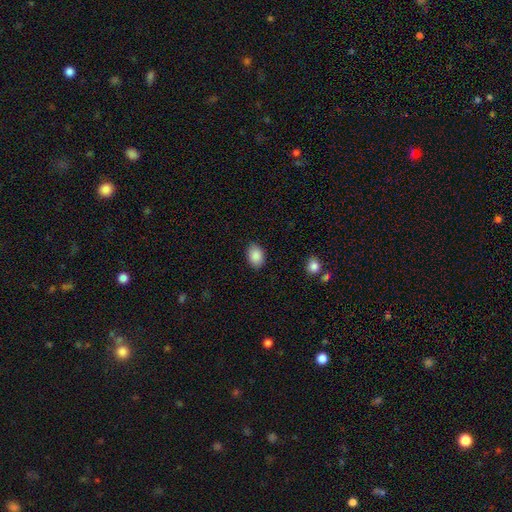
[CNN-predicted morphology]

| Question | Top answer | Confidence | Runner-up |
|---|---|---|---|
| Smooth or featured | smooth | 89% | star or artifact (7%) |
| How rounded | in between | 79% | round (20%) |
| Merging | none | 86% | minor disturbance (10%) |